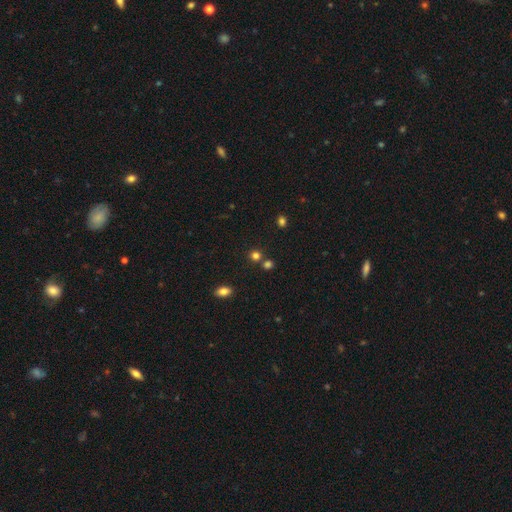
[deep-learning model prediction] This is likely a smooth galaxy (76%). How rounded: clearly round (86%). Merging: likely none (70%).